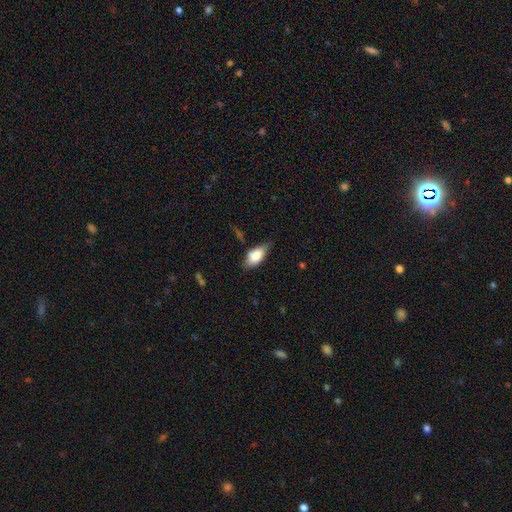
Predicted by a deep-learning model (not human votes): The model was most divided on "merging": none: 56%, minor disturbance: 32%, major disturbance: 8%, merger: 4%. More confident: how rounded — in between (88%); smooth or featured — smooth (74%).